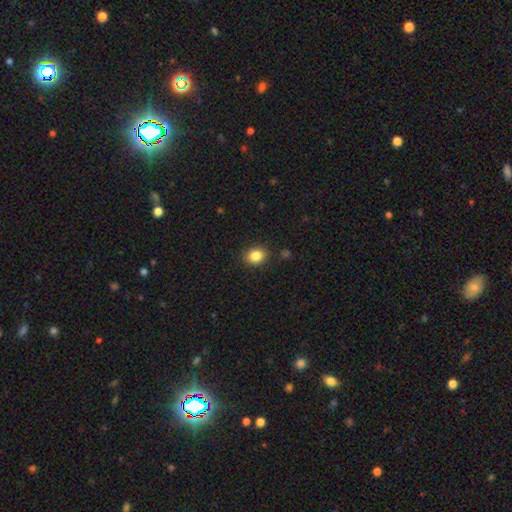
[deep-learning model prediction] A smooth galaxy with no disk features (85%) that is round (54%). Merging: none (88%).